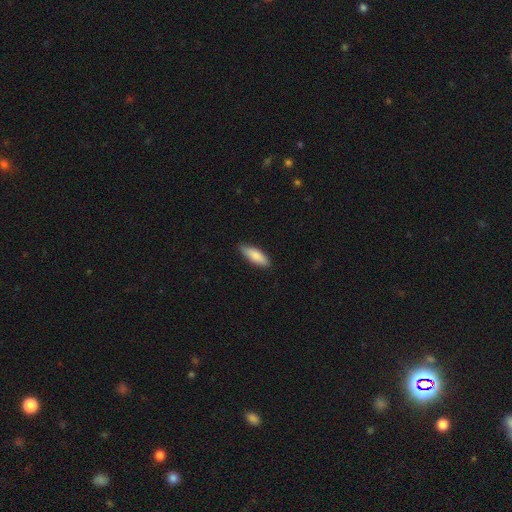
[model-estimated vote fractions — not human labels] Smooth or featured?
  - smooth: 84% *
  - featured or disk: 10%
  - star or artifact: 6%
How rounded?
  - in between: 56% *
  - cigar-shaped: 43%
  - round: 2%
Merging?
  - none: 85% *
  - minor disturbance: 12%
  - major disturbance: 2%
  - merger: 1%